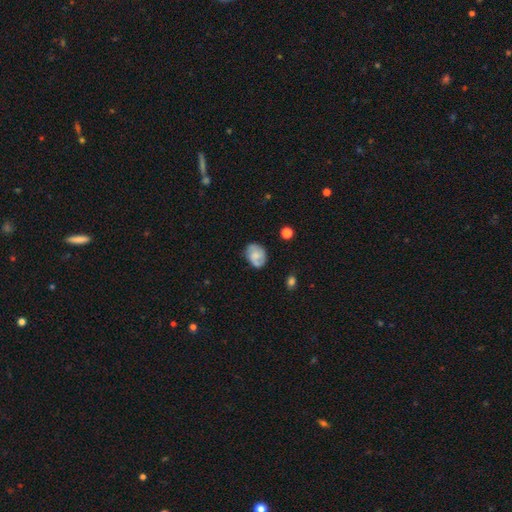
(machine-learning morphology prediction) Smooth or featured: smooth — 55% (featured or disk — 37%)
How rounded: in between — 62% (round — 37%)
Merging: none — 67% (minor disturbance — 24%)